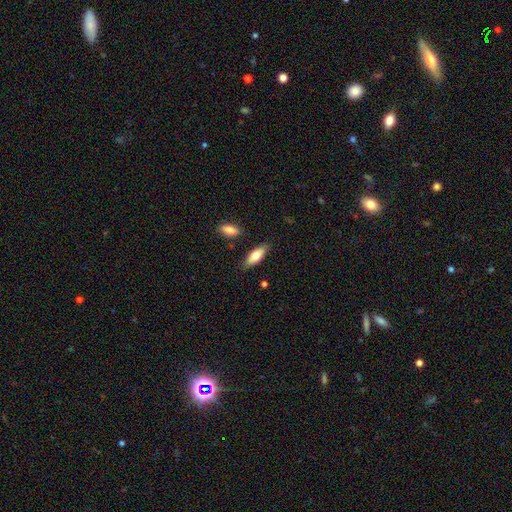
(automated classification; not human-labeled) This appears to be a smooth galaxy with no disk features (71%) that is in between round and cigar-shaped (65%). Merging: none (83%).